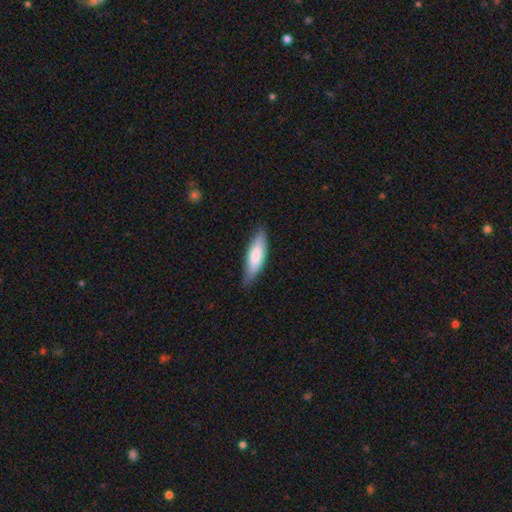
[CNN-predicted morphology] A smooth galaxy with no disk features (74%) that is cigar-shaped (53%).

Vote fractions:
- Smooth or featured? smooth: 74% / featured or disk: 21% / star or artifact: 5%
- How rounded? cigar-shaped: 53% / in between: 46% / round: 1%
- Merging? none: 76% / minor disturbance: 20% / major disturbance: 3% / merger: 1%